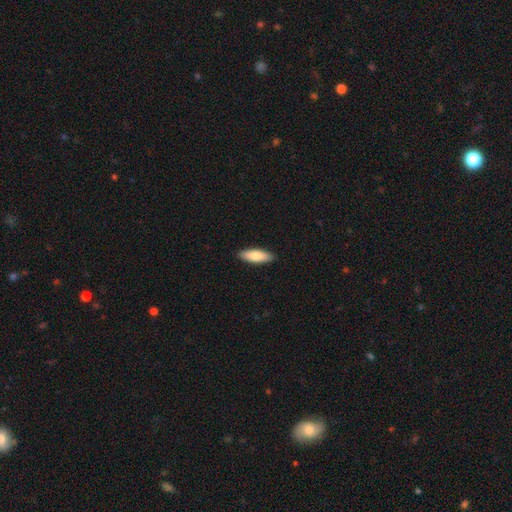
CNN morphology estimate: A smooth galaxy with no disk features (76%) that is in between round and cigar-shaped (56%).

Vote fractions:
- Smooth or featured? smooth: 76% / featured or disk: 19% / star or artifact: 5%
- How rounded? in between: 56% / cigar-shaped: 42% / round: 2%
- Merging? none: 91% / minor disturbance: 7% / major disturbance: 1% / merger: 1%